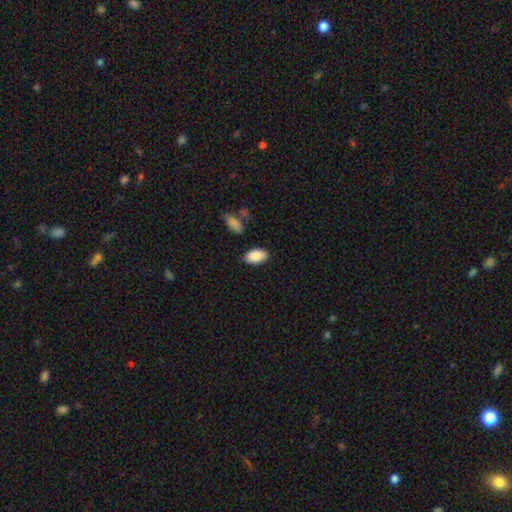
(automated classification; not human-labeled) Smooth or featured: smooth — 88% (star or artifact — 7%)
How rounded: in between — 94% (round — 4%)
Merging: none — 83% (minor disturbance — 12%)